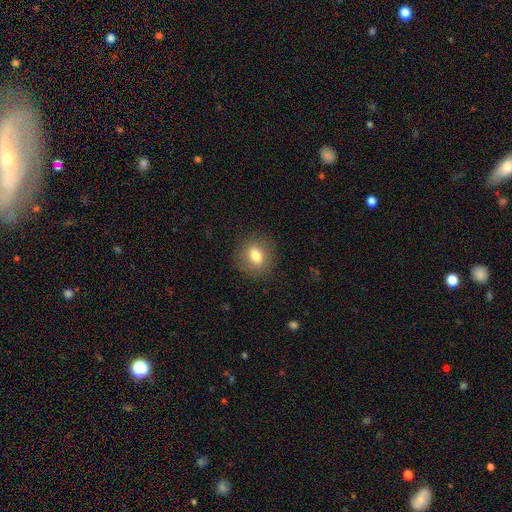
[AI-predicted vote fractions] Smooth or featured? smooth (76%)
How rounded? round (57%)
Merging? none (85%)